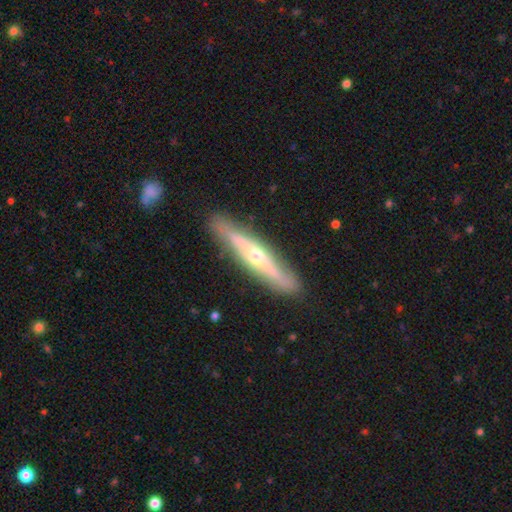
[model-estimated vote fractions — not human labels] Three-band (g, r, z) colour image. It shows a featured or disk galaxy (70%) viewed edge-on (79%) with a rounded central bulge (86%). Merging: none (85%).